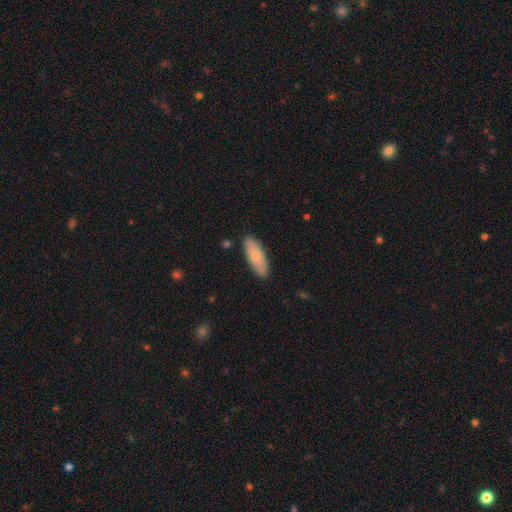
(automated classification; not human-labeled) smooth-or-featured: smooth: 71% | featured or disk: 23% | star or artifact: 6%
  how-rounded: in between: 68% | cigar-shaped: 30% | round: 2%
  merging: none: 85% | minor disturbance: 11% | major disturbance: 2% | merger: 2%